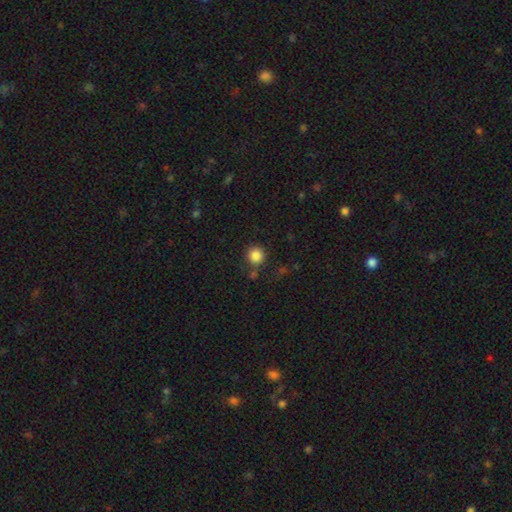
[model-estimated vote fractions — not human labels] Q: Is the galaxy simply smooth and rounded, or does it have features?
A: smooth — 86%.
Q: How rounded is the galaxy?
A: round — 93%.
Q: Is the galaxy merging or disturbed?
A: none — 81%.